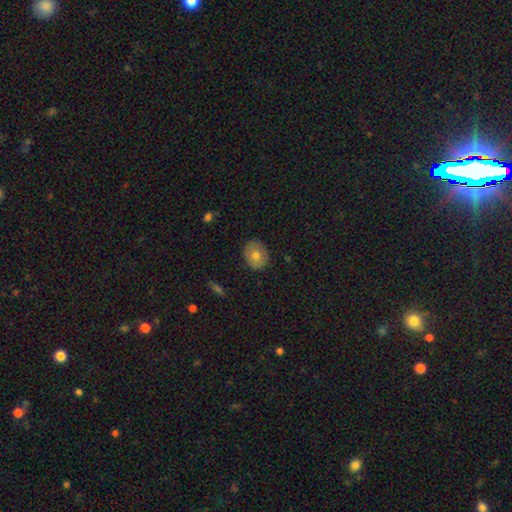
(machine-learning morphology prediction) type=smooth (71%); roundness=round (66%); merging=none (85%).